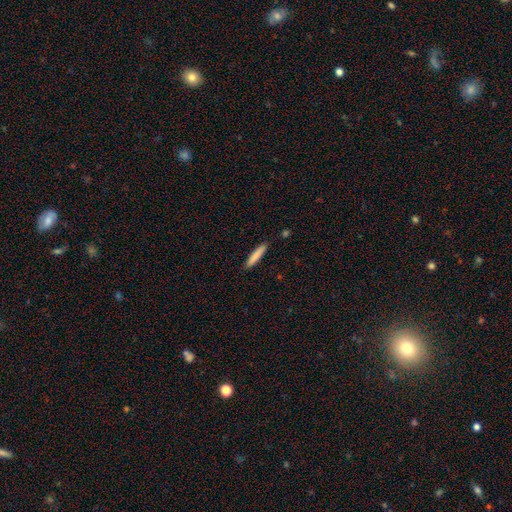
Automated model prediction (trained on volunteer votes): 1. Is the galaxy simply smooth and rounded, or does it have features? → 83% smooth, 11% featured or disk, 6% star or artifact.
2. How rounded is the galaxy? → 90% cigar-shaped, 9% in between, 1% round.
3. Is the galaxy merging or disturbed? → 90% none, 7% minor disturbance, 2% major disturbance, 1% merger.